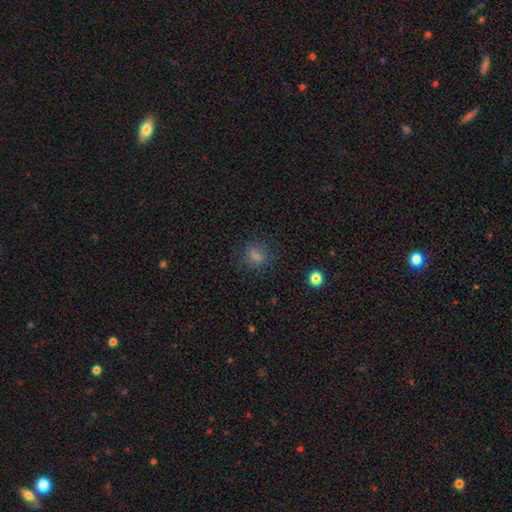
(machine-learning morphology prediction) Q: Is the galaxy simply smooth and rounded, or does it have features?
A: smooth — 75%.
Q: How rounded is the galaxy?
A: round — 62%.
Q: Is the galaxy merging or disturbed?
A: none — 82%.